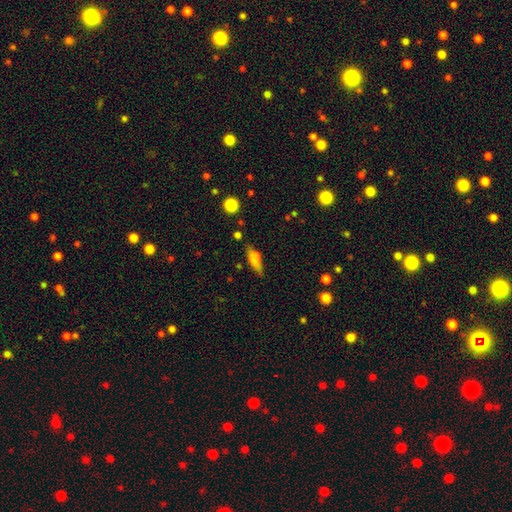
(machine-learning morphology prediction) This is likely a smooth galaxy (72%). How rounded: possibly cigar-shaped (54%). Merging: likely none (61%).